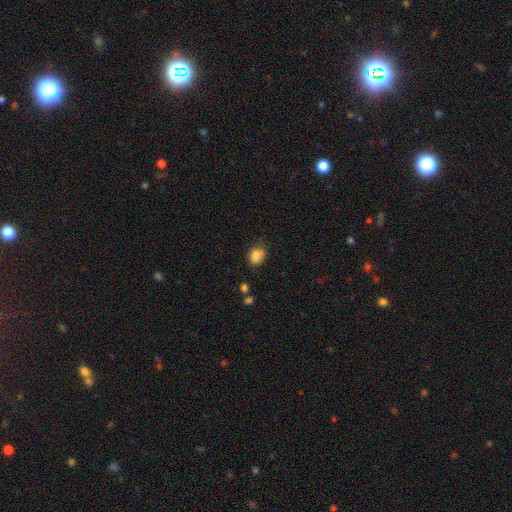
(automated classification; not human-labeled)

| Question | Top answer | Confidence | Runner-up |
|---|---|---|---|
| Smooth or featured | smooth | 83% | star or artifact (10%) |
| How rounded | in between | 50% | round (49%) |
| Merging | none | 63% | minor disturbance (26%) |